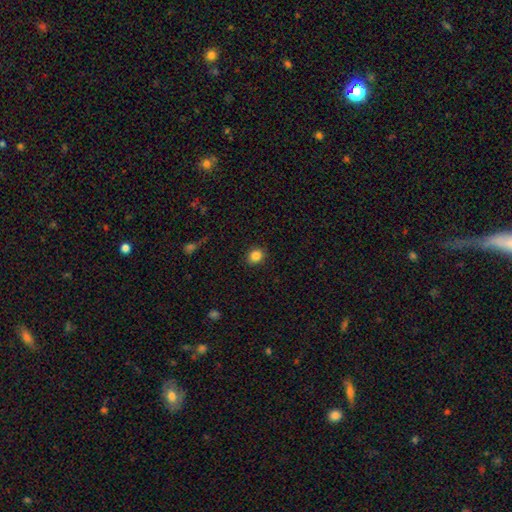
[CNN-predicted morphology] This appears to be a smooth galaxy with no disk features (86%) that is round (70%). Merging: none (89%).